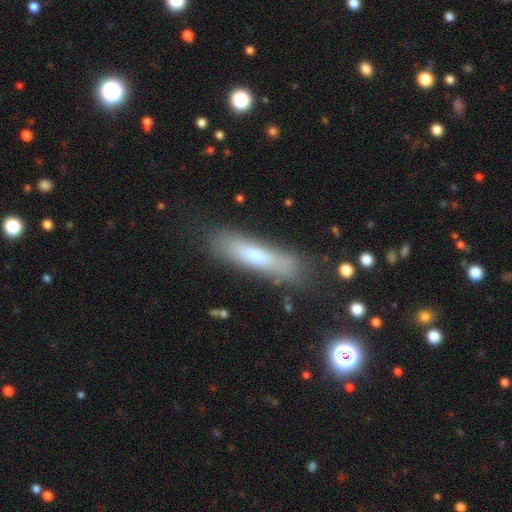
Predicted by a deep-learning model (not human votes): Smooth or featured?
  - smooth: 67% *
  - featured or disk: 25%
  - star or artifact: 8%
How rounded?
  - cigar-shaped: 70% *
  - in between: 28%
  - round: 2%
Merging?
  - none: 75% *
  - minor disturbance: 15%
  - major disturbance: 7%
  - merger: 3%